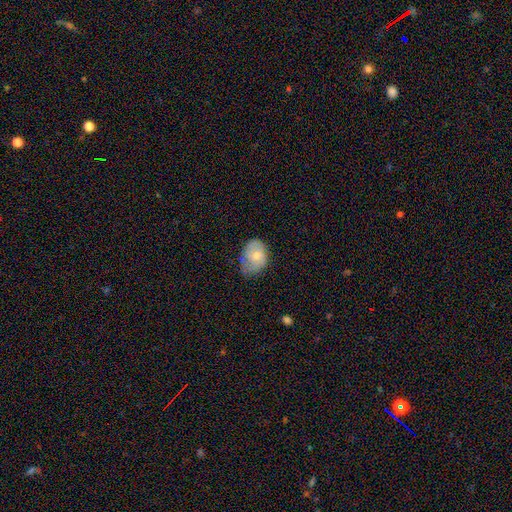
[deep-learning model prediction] Overall: smooth (67%). How rounded: in between (74%). Merging: none (44%; minor disturbance 41%).